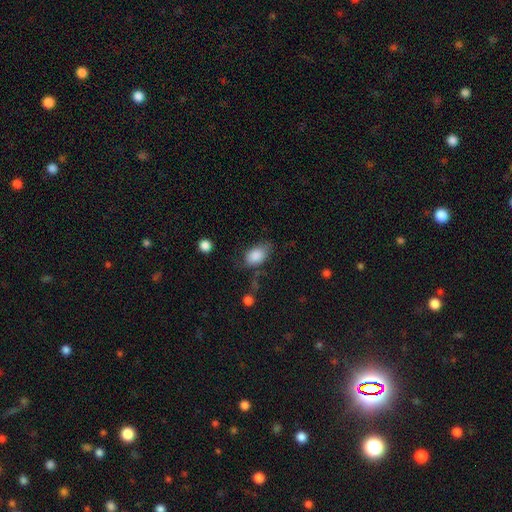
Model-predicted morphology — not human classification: The model was most divided on "merging": none: 60%, minor disturbance: 26%, major disturbance: 11%, merger: 4%. More confident: how rounded — in between (89%); smooth or featured — smooth (85%).